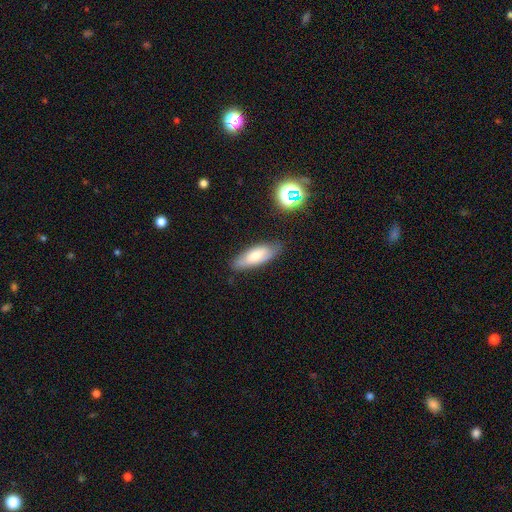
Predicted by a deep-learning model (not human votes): Smooth or featured? smooth (68%)
How rounded? in between (66%)
Merging? none (76%)